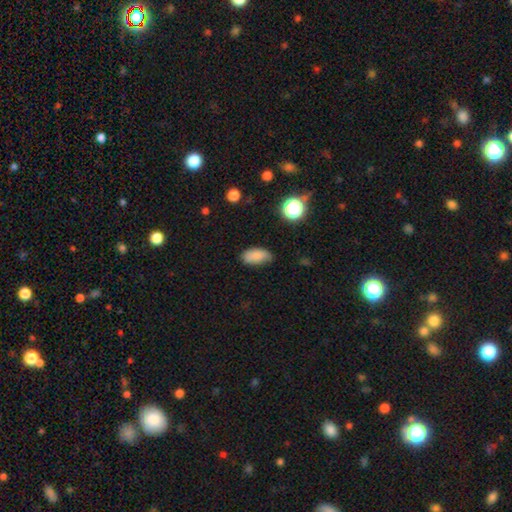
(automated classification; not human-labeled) smooth_or_featured: smooth (p=0.84) [alt: star or artifact p=0.10]
how_rounded: in between (p=0.90) [alt: cigar-shaped p=0.05]
merging: none (p=0.73) [alt: minor disturbance p=0.21]